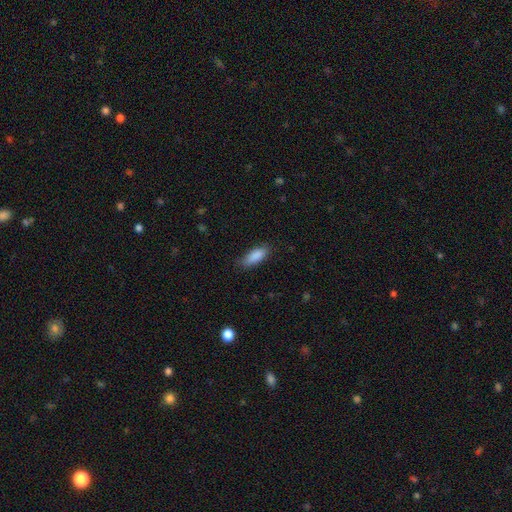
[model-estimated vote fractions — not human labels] Smooth or featured: smooth — 88% (star or artifact — 6%)
How rounded: in between — 71% (cigar-shaped — 27%)
Merging: none — 80% (minor disturbance — 16%)